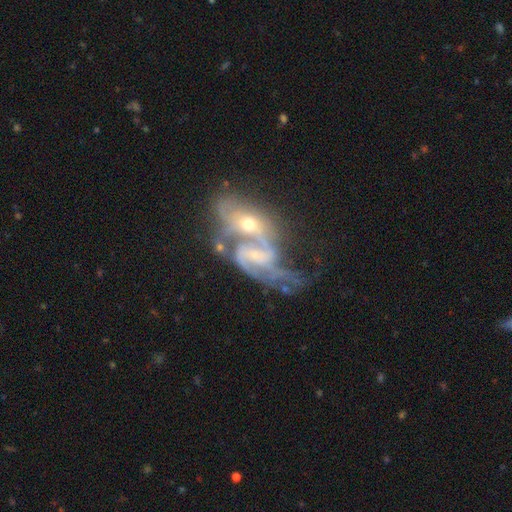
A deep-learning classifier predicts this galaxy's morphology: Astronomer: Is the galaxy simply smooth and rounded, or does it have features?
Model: featured or disk — 83%.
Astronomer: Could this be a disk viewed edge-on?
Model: no — 96%.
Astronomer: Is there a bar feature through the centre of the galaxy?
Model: no — 43% (runner-up: weak, 38%).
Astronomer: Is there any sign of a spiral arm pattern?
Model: yes — 91%.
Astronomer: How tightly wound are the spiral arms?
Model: medium — 46% (runner-up: loose, 35%).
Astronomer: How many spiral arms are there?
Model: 2 — 68%.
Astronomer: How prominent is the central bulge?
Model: small — 55% (runner-up: moderate, 34%).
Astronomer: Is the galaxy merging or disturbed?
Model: merger — 69%.